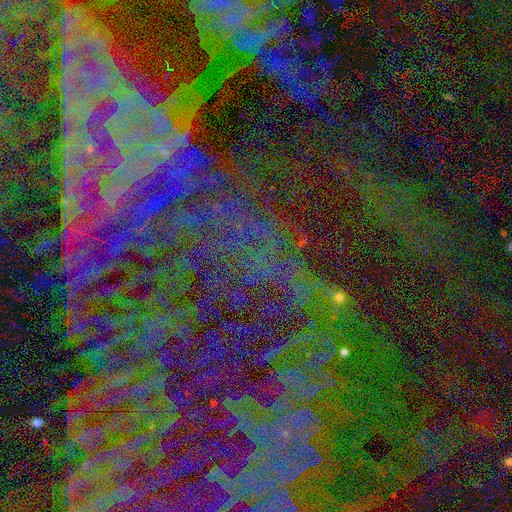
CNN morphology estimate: smooth-or-featured: star or artifact: 85% | featured or disk: 8% | smooth: 7%